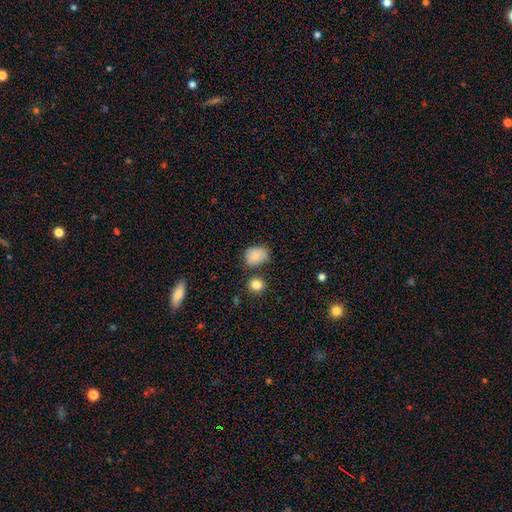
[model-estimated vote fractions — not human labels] smooth 82%, star or artifact 9%, featured or disk 9%. Down the decision tree: how rounded — in between (59%); merging — none (61%).